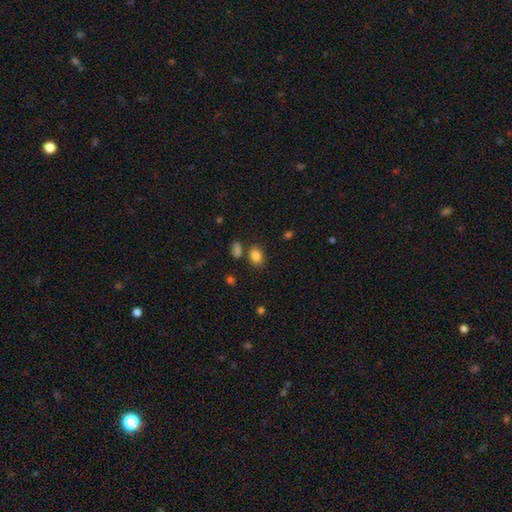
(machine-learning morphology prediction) smooth 84%, star or artifact 10%, featured or disk 5%. Down the decision tree: how rounded — in between (72%); merging — none (73%).